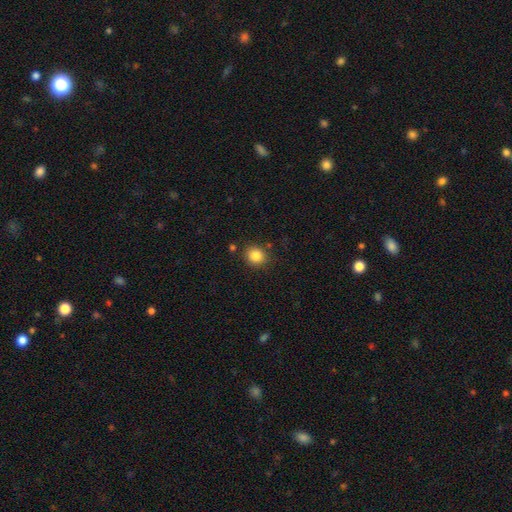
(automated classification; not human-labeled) A smooth galaxy with no disk features (85%) that is round (79%).

Vote fractions:
- Smooth or featured? smooth: 85% / star or artifact: 10% / featured or disk: 5%
- How rounded? round: 79% / in between: 21% / cigar-shaped: 1%
- Merging? none: 83% / minor disturbance: 10% / merger: 4% / major disturbance: 3%